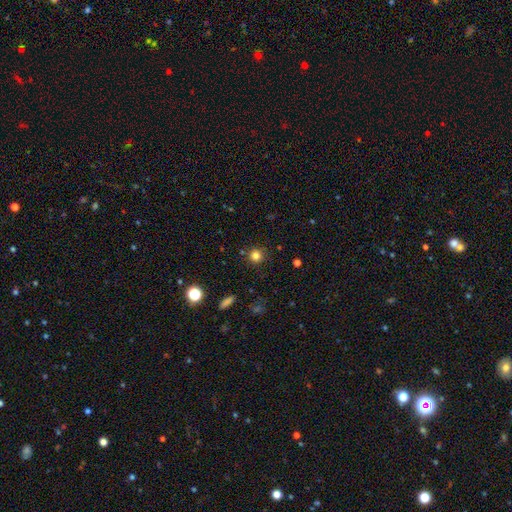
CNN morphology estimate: type=smooth (80%); roundness=round (92%); merging=none (86%).